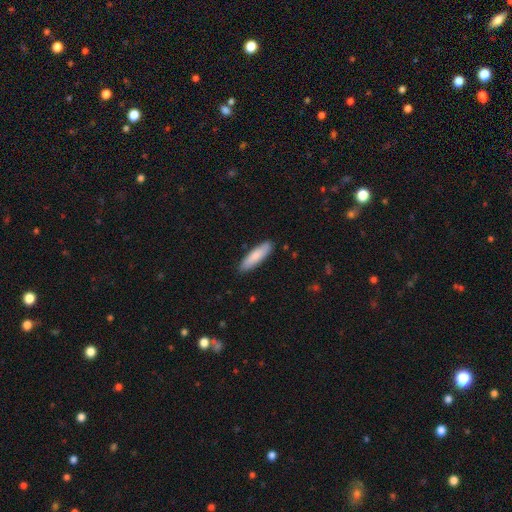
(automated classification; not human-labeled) Overall: smooth (83%). How rounded: cigar-shaped (69%; in between 29%). Merging: none (88%).